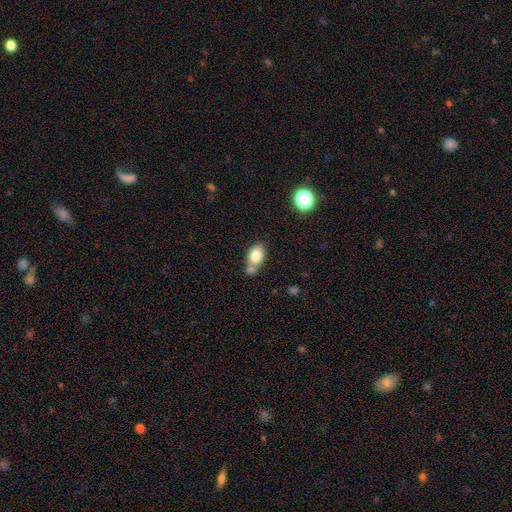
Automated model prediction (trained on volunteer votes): The model was most divided on "merging": none: 44%, merger: 32%, minor disturbance: 18%, major disturbance: 6%. More confident: smooth or featured — smooth (79%); how rounded — in between (79%).